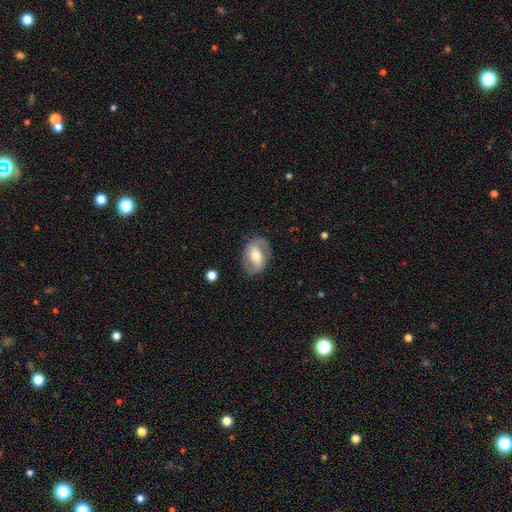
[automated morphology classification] smooth_or_featured: featured or disk (p=0.68) [alt: smooth p=0.25]
disk_edge_on: no (p=0.95) [alt: yes p=0.05]
bar: weak (p=0.36) [tied with: strong p=0.36]
has_spiral_arms: yes (p=0.78) [alt: no p=0.22]
spiral_winding: medium (p=0.47) [alt: tight p=0.27]
spiral_arm_count: 2 (p=0.84) [alt: can't tell p=0.09]
bulge_size: moderate (p=0.64) [alt: small p=0.23]
merging: none (p=0.77) [alt: minor disturbance p=0.15]